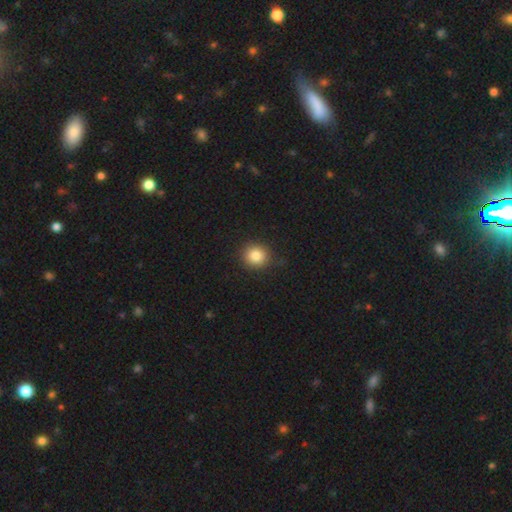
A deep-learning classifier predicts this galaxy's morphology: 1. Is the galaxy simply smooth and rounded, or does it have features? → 85% smooth, 10% star or artifact, 5% featured or disk.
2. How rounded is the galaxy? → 89% round, 10% in between, 1% cigar-shaped.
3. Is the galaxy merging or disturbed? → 87% none, 10% minor disturbance, 3% major disturbance, 1% merger.